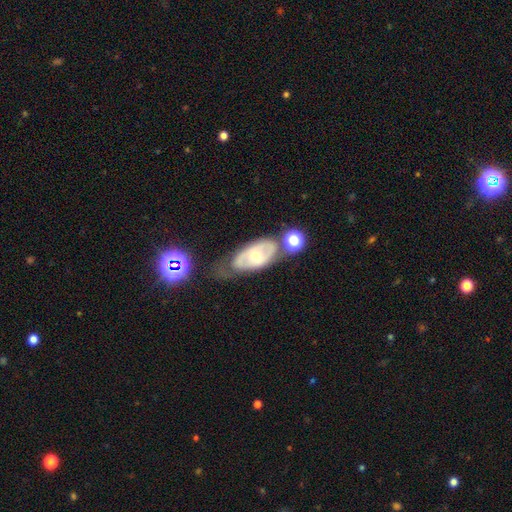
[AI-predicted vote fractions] Smooth or featured?
  - featured or disk: 66% *
  - smooth: 27%
  - star or artifact: 7%
Edge-on disk?
  - no: 91% *
  - yes: 9%
Bar?
  - no: 71% *
  - weak: 21%
  - strong: 8%
Spiral arms?
  - yes: 53% *
  - no: 47%
Bulge size?
  - moderate: 50% *
  - small: 45%
  - large: 3%
  - none: 1%
  - dominant: 1%
Merging?
  - none: 45% *
  - minor disturbance: 26%
  - major disturbance: 16%
  - merger: 14%